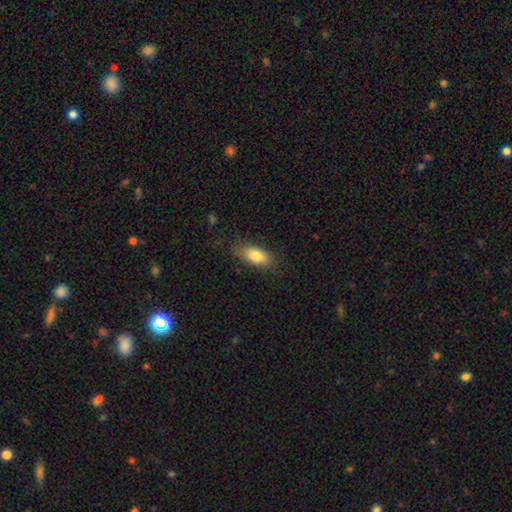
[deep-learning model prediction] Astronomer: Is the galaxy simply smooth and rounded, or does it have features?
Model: smooth — 80%.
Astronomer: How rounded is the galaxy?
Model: in between — 84%.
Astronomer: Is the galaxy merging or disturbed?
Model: none — 82%.